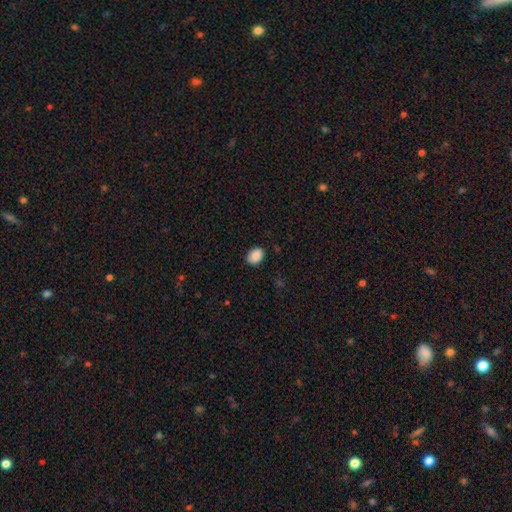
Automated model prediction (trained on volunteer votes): smooth_or_featured: smooth (p=0.89) [alt: star or artifact p=0.08]
how_rounded: in between (p=0.68) [alt: round p=0.31]
merging: none (p=0.84) [alt: minor disturbance p=0.13]